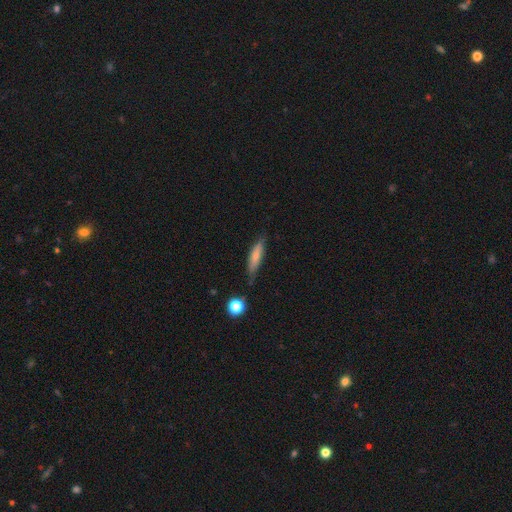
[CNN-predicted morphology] A smooth galaxy with no disk features (71%) that is cigar-shaped (74%).

Vote fractions:
- Smooth or featured? smooth: 71% / featured or disk: 22% / star or artifact: 7%
- How rounded? cigar-shaped: 74% / in between: 24% / round: 2%
- Merging? none: 72% / minor disturbance: 21% / major disturbance: 4% / merger: 3%